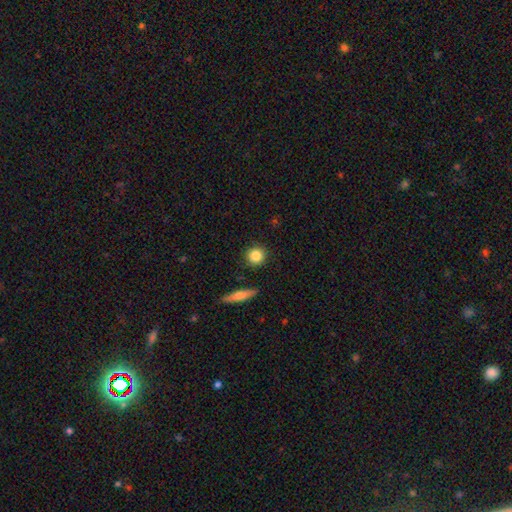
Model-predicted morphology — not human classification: type=smooth (84%); roundness=round (89%); merging=none (89%).